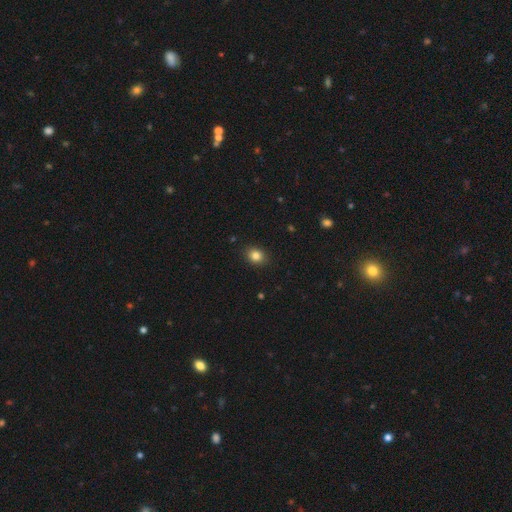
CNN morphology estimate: This appears to be a smooth galaxy with no disk features (83%) that is round (55%). Merging: none (89%).